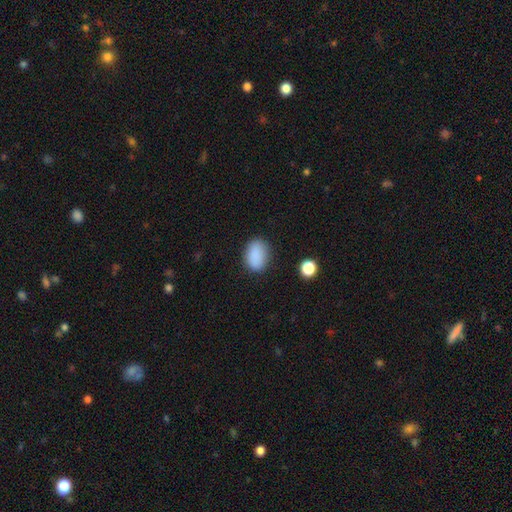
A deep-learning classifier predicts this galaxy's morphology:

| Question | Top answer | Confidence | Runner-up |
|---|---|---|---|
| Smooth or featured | smooth | 87% | star or artifact (9%) |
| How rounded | in between | 82% | round (17%) |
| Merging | none | 81% | minor disturbance (14%) |